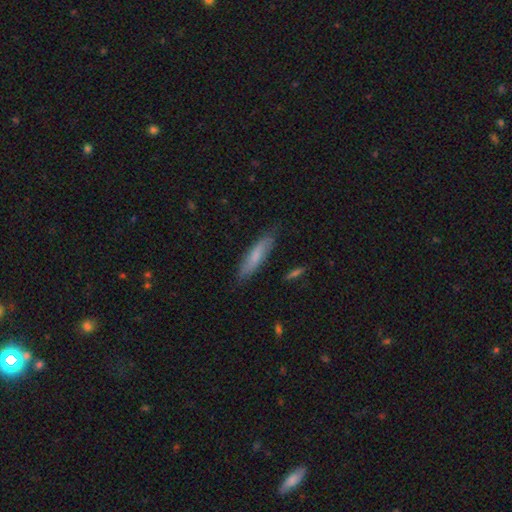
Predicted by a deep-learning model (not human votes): A smooth galaxy with no disk features (72%) that is cigar-shaped (75%). Merging: none (81%).